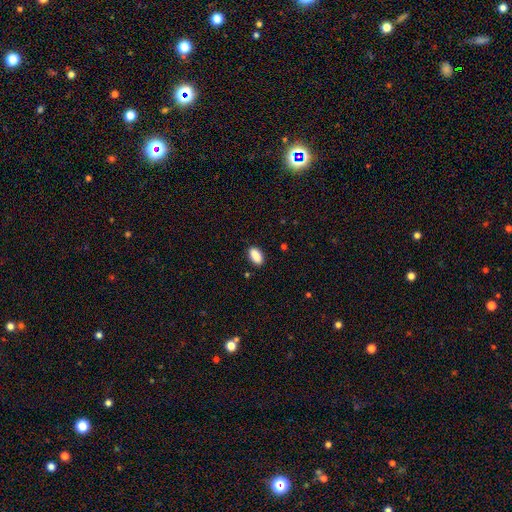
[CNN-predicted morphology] Q: Smooth or featured?
A: smooth (89%); runner-up: star or artifact (7%)
Q: How rounded?
A: in between (92%); runner-up: cigar-shaped (5%)
Q: Merging?
A: none (87%); runner-up: minor disturbance (9%)